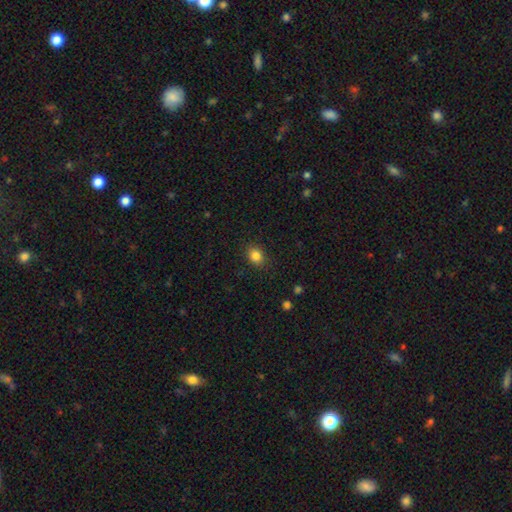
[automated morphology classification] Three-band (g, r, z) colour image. It shows a smooth galaxy with no disk features (84%) that is in between round and cigar-shaped (50%). Merging: none (87%).